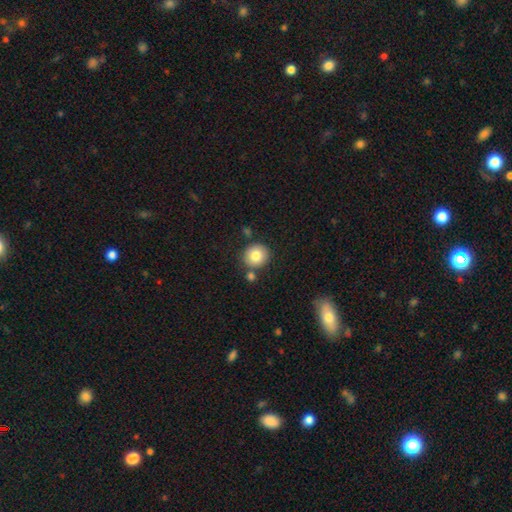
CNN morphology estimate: smooth-or-featured: smooth: 82% | featured or disk: 9% | star or artifact: 9%
  how-rounded: round: 84% | in between: 15% | cigar-shaped: 1%
  merging: none: 77% | merger: 11% | minor disturbance: 10% | major disturbance: 3%